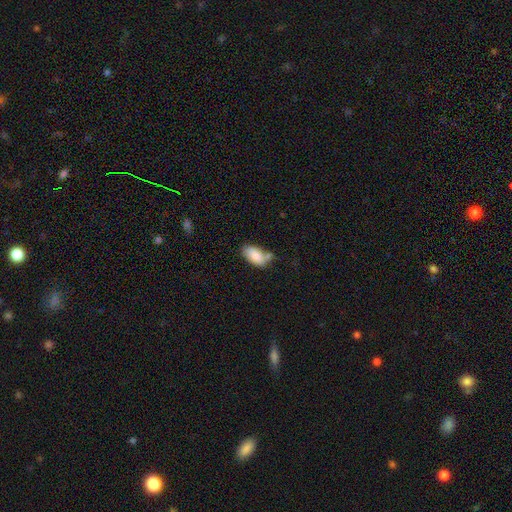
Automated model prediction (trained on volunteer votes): A smooth galaxy with no disk features (82%) that is in between round and cigar-shaped (93%). Merging: none (50%).